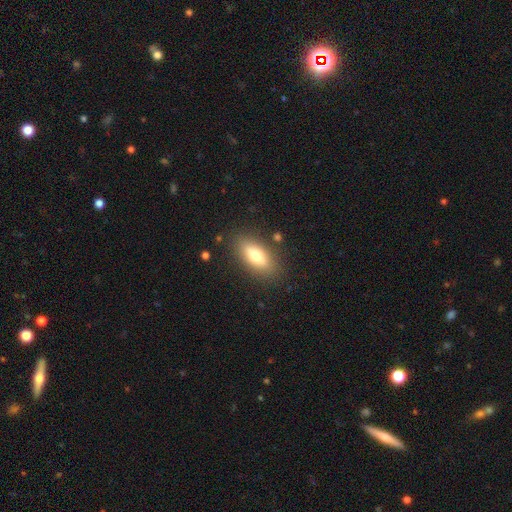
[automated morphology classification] The model was most divided on "smooth or featured": smooth: 72%, featured or disk: 20%, star or artifact: 7%. More confident: merging — none (84%); how rounded — in between (76%).